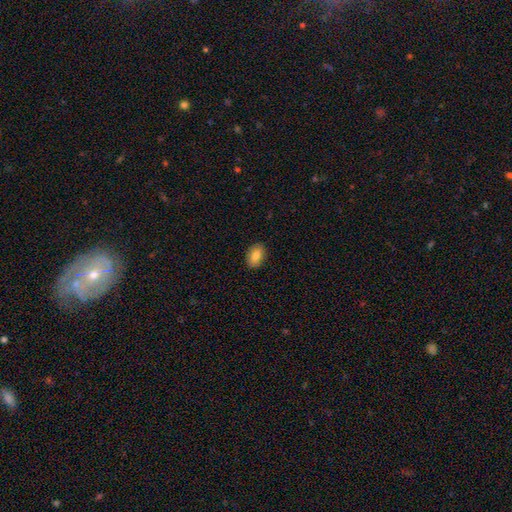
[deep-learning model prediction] smooth 83%, featured or disk 9%, star or artifact 7%. Down the decision tree: how rounded — in between (87%); merging — none (88%).